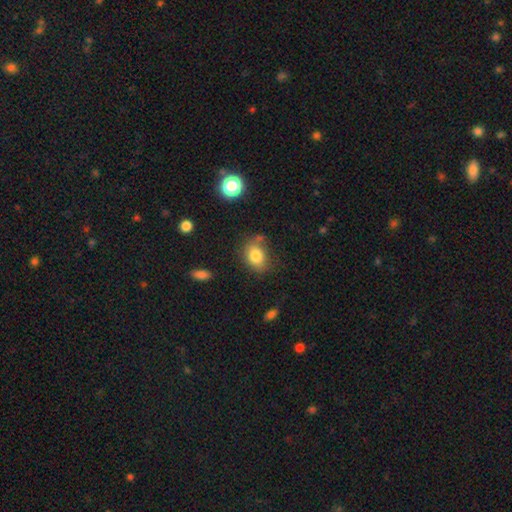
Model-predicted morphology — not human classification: A smooth galaxy with no disk features (81%) that is in between round and cigar-shaped (65%). Merging: none (63%).